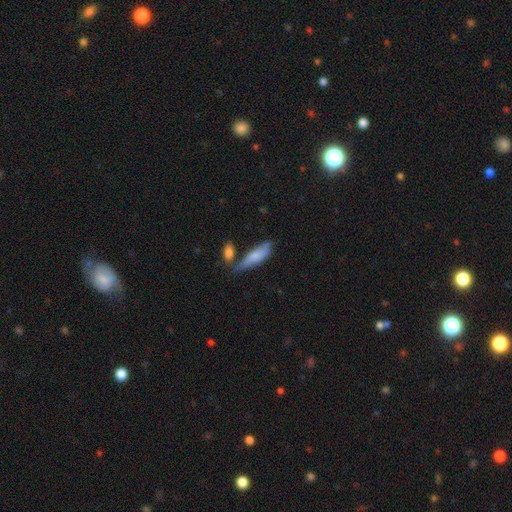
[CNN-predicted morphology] This is likely a smooth galaxy (75%). How rounded: possibly cigar-shaped (50%). Merging: marginally none (45%).